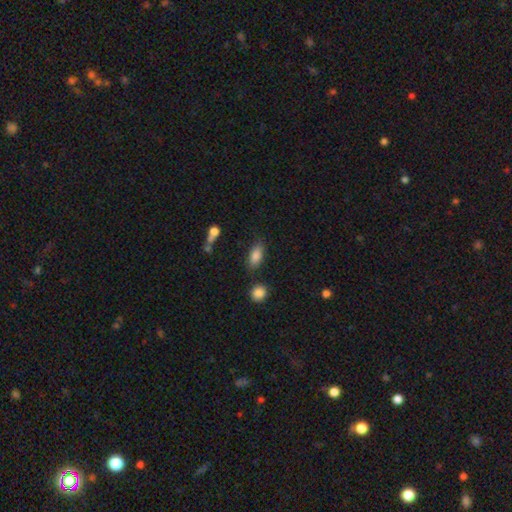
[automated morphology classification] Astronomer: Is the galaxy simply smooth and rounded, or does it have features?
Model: smooth — 85%.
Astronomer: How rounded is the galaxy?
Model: in between — 86%.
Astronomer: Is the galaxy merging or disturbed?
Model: none — 77%.